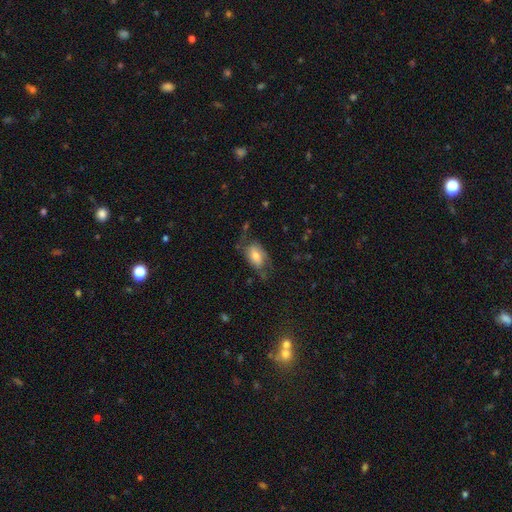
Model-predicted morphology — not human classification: smooth-or-featured: smooth: 51% | featured or disk: 41% | star or artifact: 8%
  how-rounded: in between: 88% | round: 9% | cigar-shaped: 3%
  merging: none: 45% | minor disturbance: 27% | major disturbance: 25% | merger: 3%